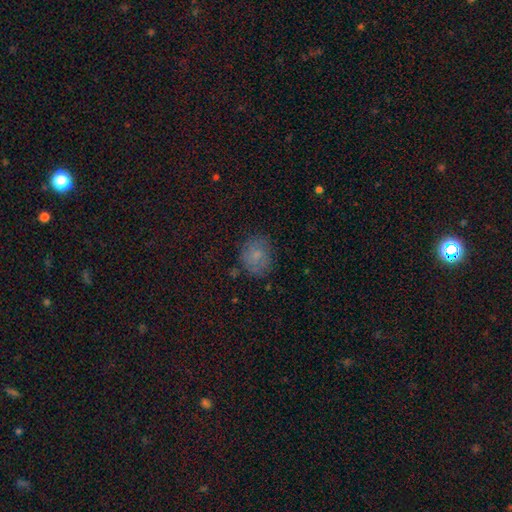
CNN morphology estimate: This appears to be a smooth galaxy with no disk features (70%) that is round (70%). Merging: none (72%).